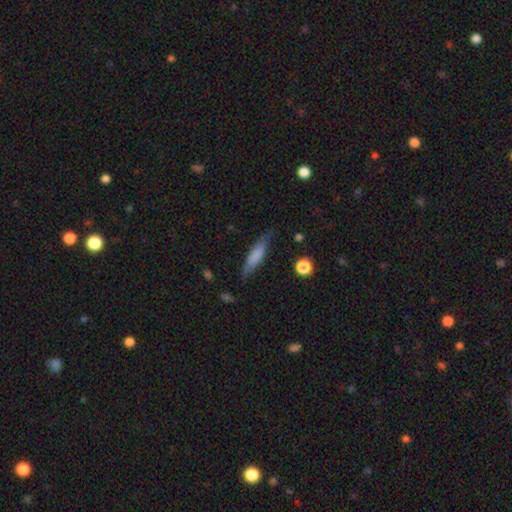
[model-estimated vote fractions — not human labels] smooth_or_featured: smooth (p=0.71) [alt: featured or disk p=0.22]
how_rounded: cigar-shaped (p=0.73) [alt: in between p=0.25]
merging: none (p=0.73) [alt: minor disturbance p=0.20]